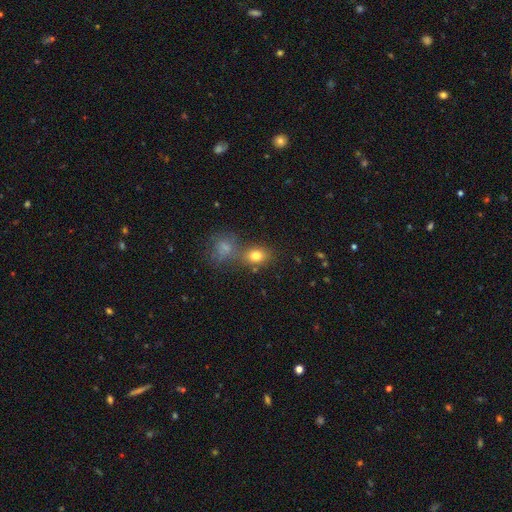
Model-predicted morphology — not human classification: Smooth or featured? Predicted: smooth (p=0.78). How rounded? Predicted: in between (p=0.54). Merging? Predicted: none (p=0.54).